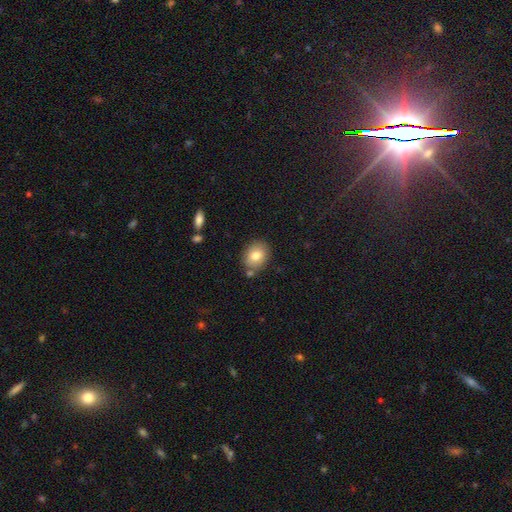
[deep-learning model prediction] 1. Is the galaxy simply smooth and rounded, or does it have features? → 79% smooth, 12% featured or disk, 9% star or artifact.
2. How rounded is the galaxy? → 54% in between, 45% round, 1% cigar-shaped.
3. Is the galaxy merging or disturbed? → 78% none, 12% minor disturbance, 7% merger, 3% major disturbance.